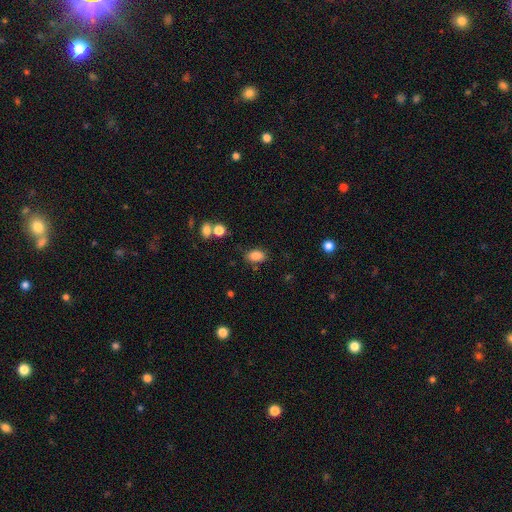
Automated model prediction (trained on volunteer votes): A smooth galaxy with no disk features (86%) that is in between round and cigar-shaped (87%).

Vote fractions:
- Smooth or featured? smooth: 86% / star or artifact: 10% / featured or disk: 5%
- How rounded? in between: 87% / round: 11% / cigar-shaped: 2%
- Merging? none: 77% / minor disturbance: 14% / merger: 5% / major disturbance: 4%